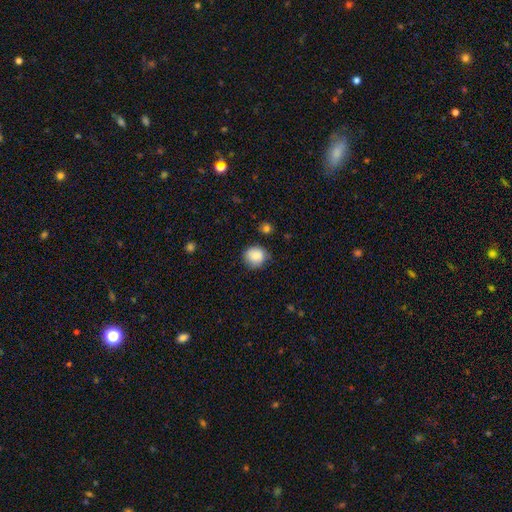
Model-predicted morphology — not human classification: A smooth galaxy with no disk features (86%) that is round (88%). Merging: none (79%).